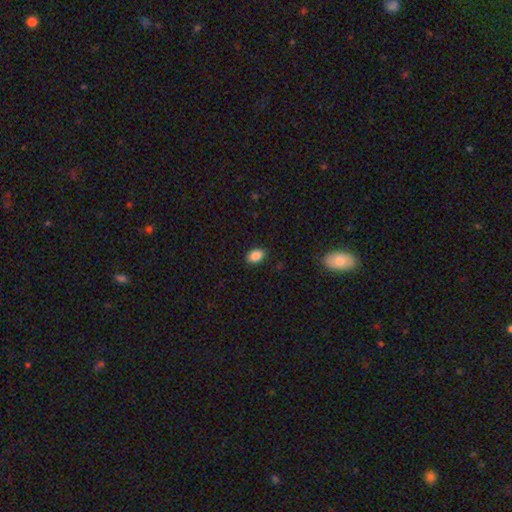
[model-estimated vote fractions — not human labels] smooth_or_featured: smooth (p=0.88) [alt: star or artifact p=0.09]
how_rounded: in between (p=0.82) [alt: round p=0.16]
merging: none (p=0.87) [alt: minor disturbance p=0.09]